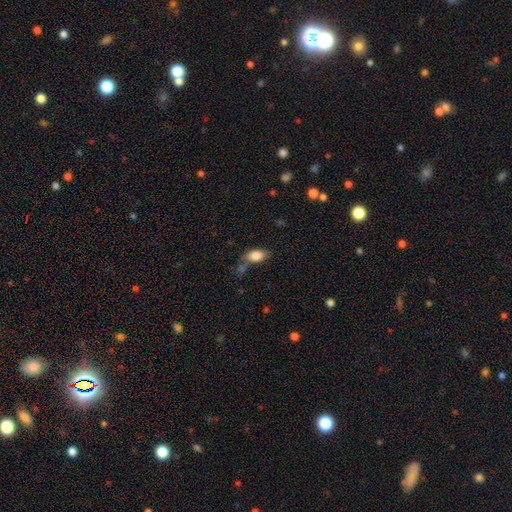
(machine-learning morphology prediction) The model was most divided on "merging": none: 57%, minor disturbance: 21%, merger: 15%, major disturbance: 8%. More confident: how rounded — in between (88%); smooth or featured — smooth (82%).